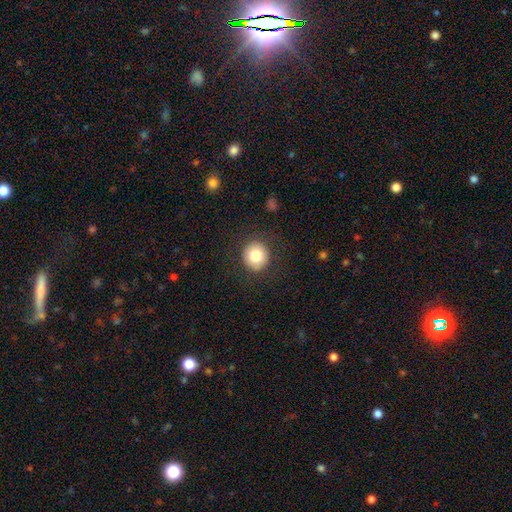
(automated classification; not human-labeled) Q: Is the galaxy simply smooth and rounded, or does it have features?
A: smooth — 82%.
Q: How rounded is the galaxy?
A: round — 90%.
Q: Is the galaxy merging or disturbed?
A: none — 88%.